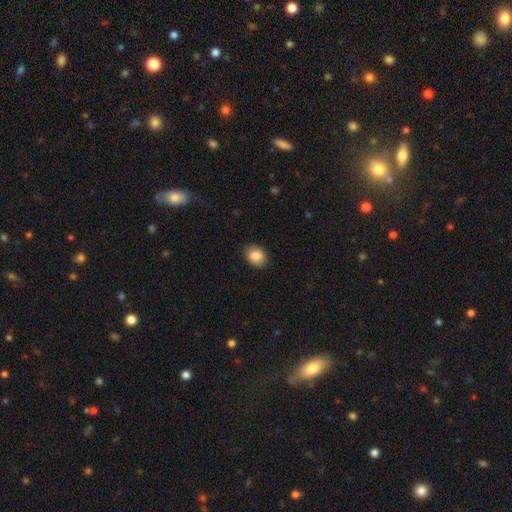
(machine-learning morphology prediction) type=smooth (86%); roundness=in between (59%); merging=none (89%).